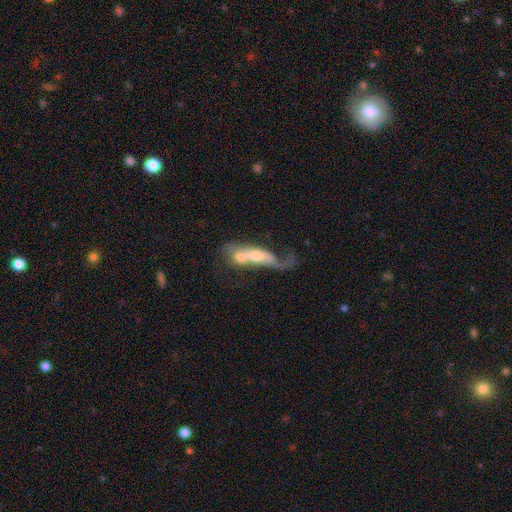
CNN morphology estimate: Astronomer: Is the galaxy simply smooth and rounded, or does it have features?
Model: featured or disk — 52% (runner-up: smooth, 41%).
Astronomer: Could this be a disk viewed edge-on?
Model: no — 73%.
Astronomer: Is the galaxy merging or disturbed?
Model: merger — 58%.